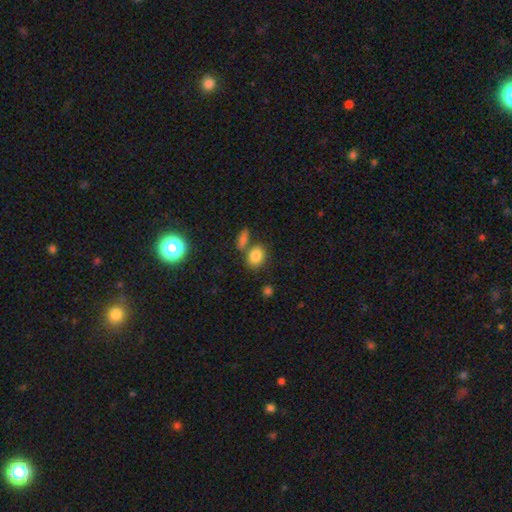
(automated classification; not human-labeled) Smooth or featured? smooth (83%)
How rounded? in between (66%)
Merging? none (61%)